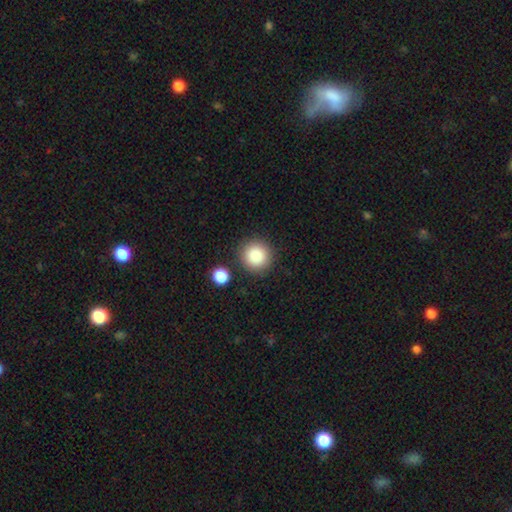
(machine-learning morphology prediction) Overall: smooth (87%). How rounded: round (94%). Merging: none (86%).